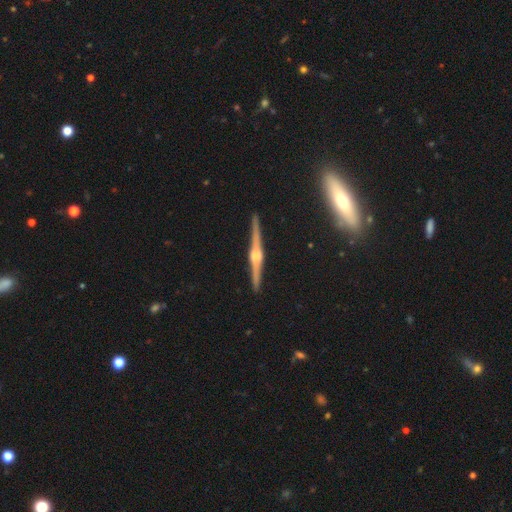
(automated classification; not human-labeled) This appears to be a featured or disk galaxy (86%) viewed edge-on (98%) with a rounded central bulge (86%). Merging: none (92%).